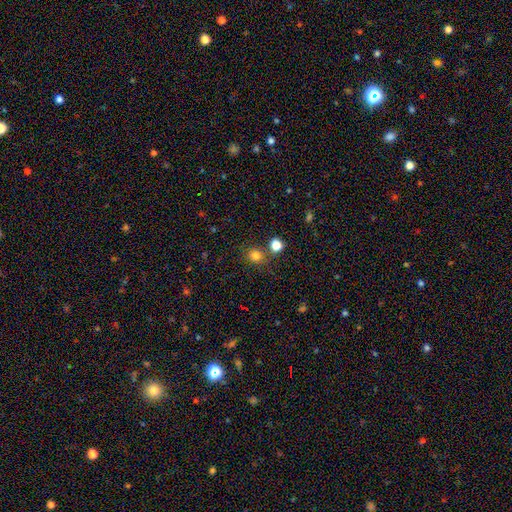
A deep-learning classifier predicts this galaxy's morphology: This is likely a smooth galaxy (80%). How rounded: clearly round (83%). Merging: likely none (75%).